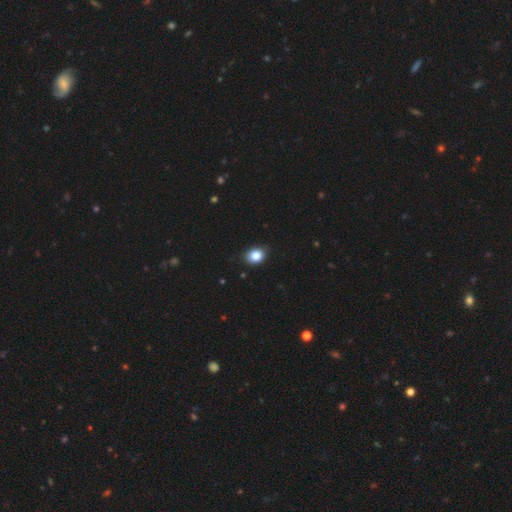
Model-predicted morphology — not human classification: Smooth or featured? smooth (85%)
How rounded? in between (51%)
Merging? none (86%)